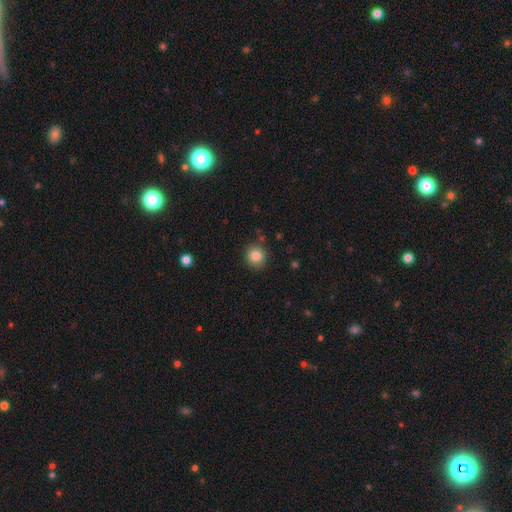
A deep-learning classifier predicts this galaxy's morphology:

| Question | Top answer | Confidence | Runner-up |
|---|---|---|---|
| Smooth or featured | smooth | 84% | star or artifact (10%) |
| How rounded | round | 89% | in between (10%) |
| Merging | none | 87% | minor disturbance (8%) |